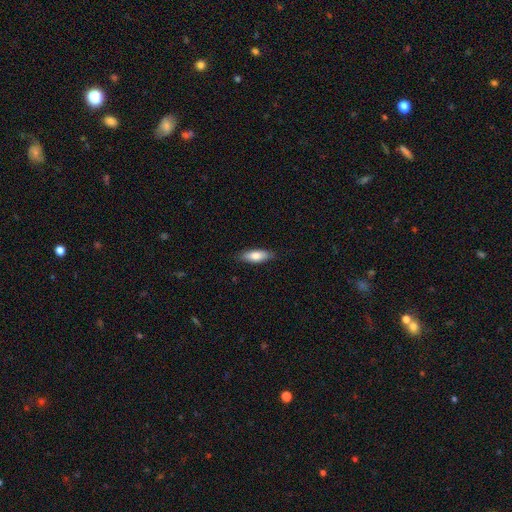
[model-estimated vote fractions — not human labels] smooth_or_featured: smooth (p=0.78) [alt: featured or disk p=0.16]
how_rounded: in between (p=0.66) [alt: cigar-shaped p=0.32]
merging: none (p=0.85) [alt: minor disturbance p=0.11]